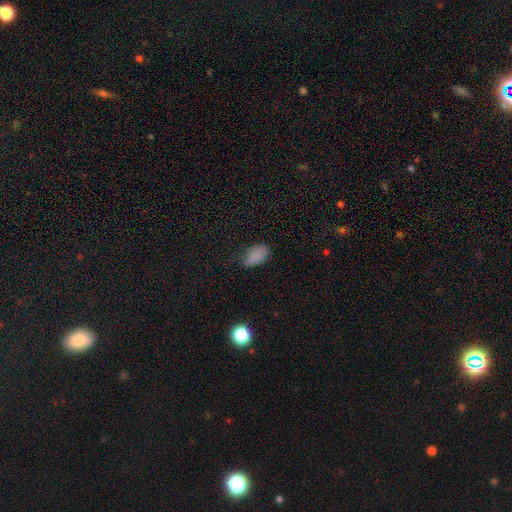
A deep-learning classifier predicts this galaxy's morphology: Smooth or featured? Predicted: smooth (p=0.82). How rounded? Predicted: in between (p=0.91). Merging? Predicted: none (p=0.55).